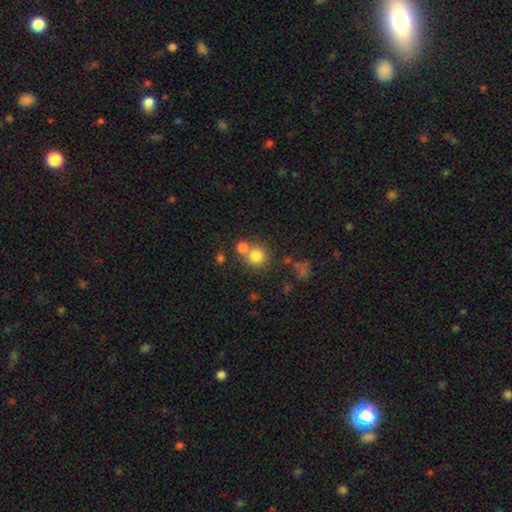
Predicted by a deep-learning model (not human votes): Smooth or featured? smooth (78%)
How rounded? round (89%)
Merging? none (55%)